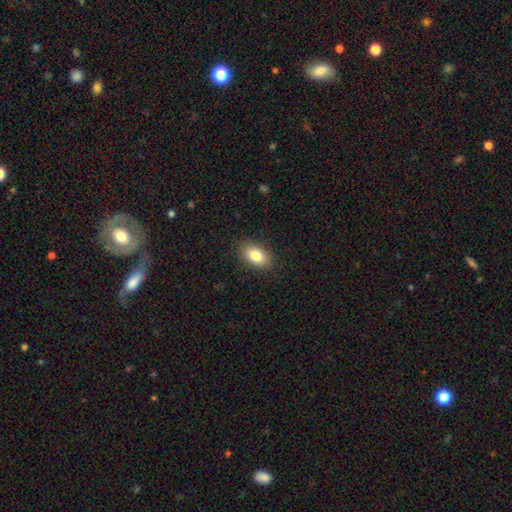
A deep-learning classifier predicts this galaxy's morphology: smooth 83%, featured or disk 9%, star or artifact 8%. Down the decision tree: how rounded — in between (89%); merging — none (88%).